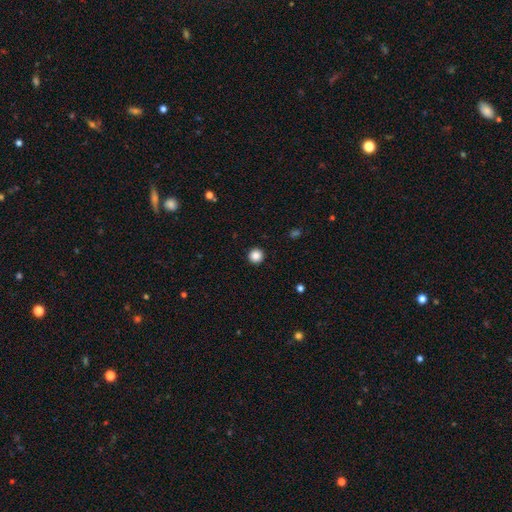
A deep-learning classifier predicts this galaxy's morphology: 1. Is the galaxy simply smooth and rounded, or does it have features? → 87% smooth, 10% star or artifact, 3% featured or disk.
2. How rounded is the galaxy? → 96% round, 3% in between, 1% cigar-shaped.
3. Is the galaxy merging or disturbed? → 93% none, 4% minor disturbance, 2% major disturbance, 1% merger.